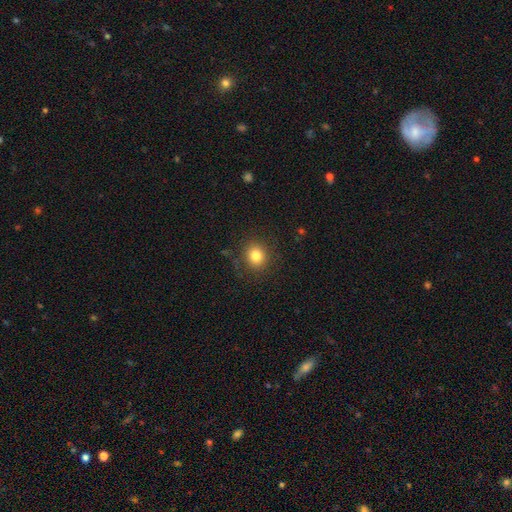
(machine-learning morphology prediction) The model was most divided on "how rounded": round: 80%, in between: 19%, cigar-shaped: 1%. More confident: merging — none (86%); smooth or featured — smooth (82%).